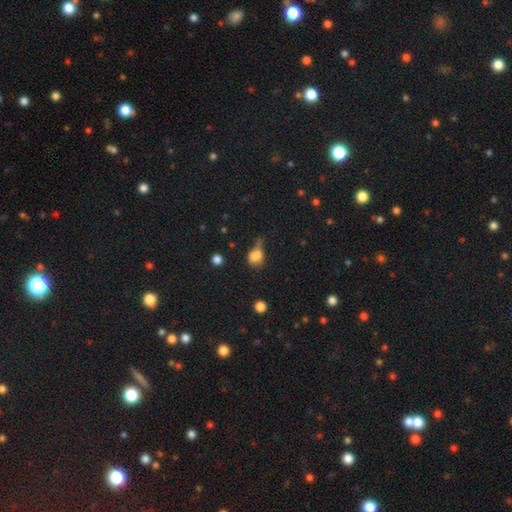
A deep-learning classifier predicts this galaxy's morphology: Smooth or featured? smooth (72%)
How rounded? round (48%, tied with in between)
Merging? minor disturbance (29%)